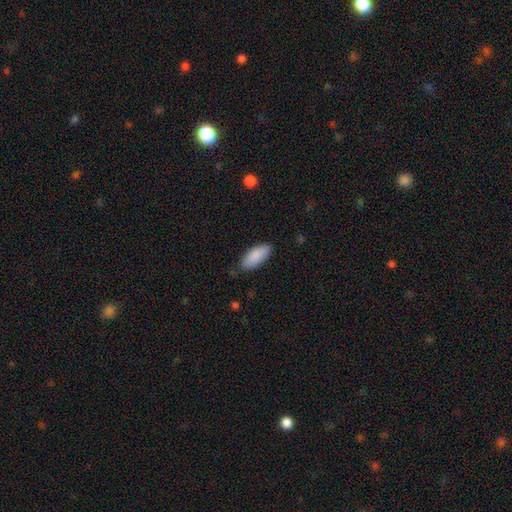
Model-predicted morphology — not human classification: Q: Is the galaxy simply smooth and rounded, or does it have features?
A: smooth — 88%.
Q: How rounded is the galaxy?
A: in between — 86%.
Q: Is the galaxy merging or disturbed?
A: none — 83%.